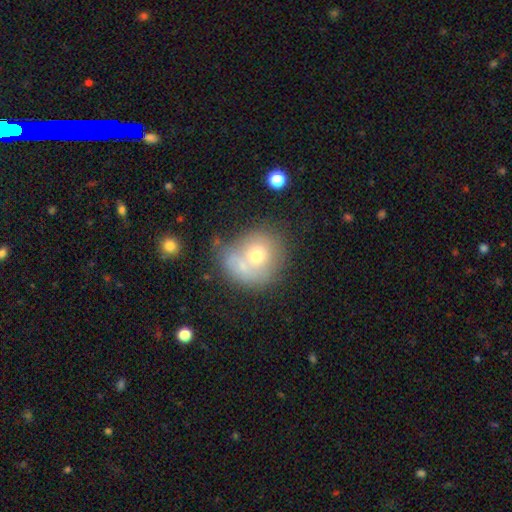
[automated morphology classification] smooth 65%, featured or disk 25%, star or artifact 10%. Down the decision tree: how rounded — round (81%); merging — merger (44%).